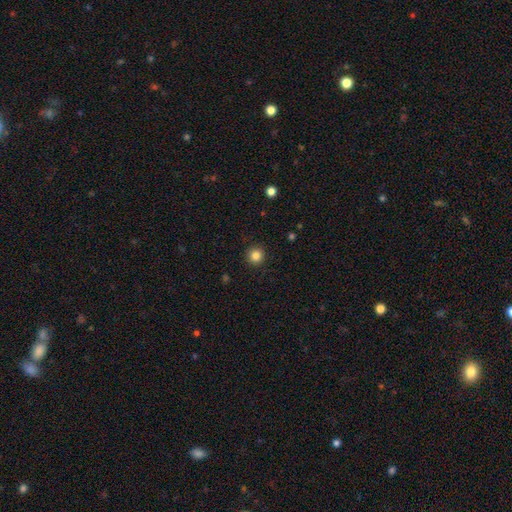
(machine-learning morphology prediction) Smooth or featured: smooth — 84% (star or artifact — 11%)
How rounded: round — 95% (in between — 4%)
Merging: none — 92% (minor disturbance — 5%)